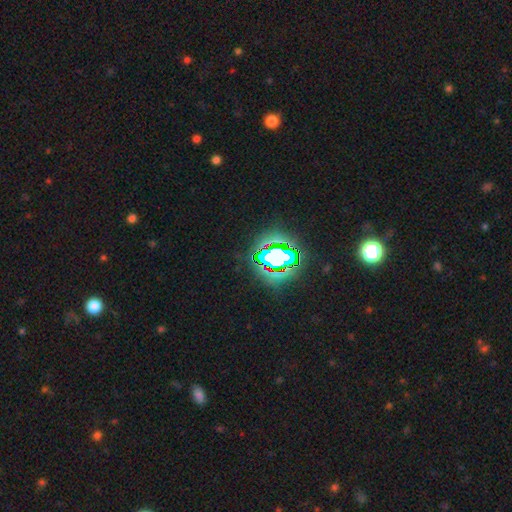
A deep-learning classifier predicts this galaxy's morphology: type=star or artifact (71%).